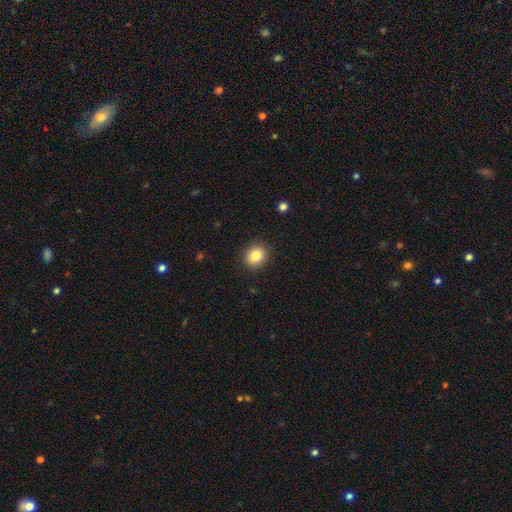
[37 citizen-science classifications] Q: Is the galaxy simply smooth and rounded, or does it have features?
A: smooth — 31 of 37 (84%).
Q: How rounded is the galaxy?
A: round — 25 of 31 (81%).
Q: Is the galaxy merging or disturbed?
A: none — 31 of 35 (89%).